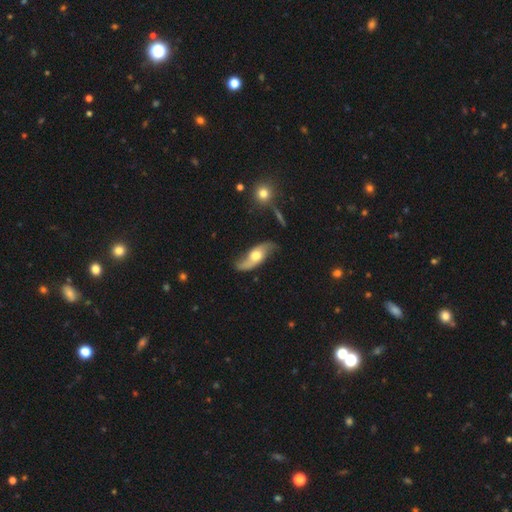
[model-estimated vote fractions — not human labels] Smooth or featured?
  - featured or disk: 75% *
  - smooth: 20%
  - star or artifact: 5%
Edge-on disk?
  - no: 85% *
  - yes: 15%
Bar?
  - no: 68% *
  - weak: 26%
  - strong: 6%
Spiral arms?
  - yes: 91% *
  - no: 9%
Spiral winding?
  - loose: 77% *
  - medium: 18%
  - tight: 6%
Spiral arm count?
  - 2: 92% *
  - can't tell: 3%
  - 1: 2%
  - 3: 1%
  - 4: 1%
  - more than 4: 1%
Bulge size?
  - moderate: 65% *
  - large: 24%
  - small: 8%
  - dominant: 2%
  - none: 1%
Merging?
  - none: 73% *
  - minor disturbance: 18%
  - major disturbance: 6%
  - merger: 3%